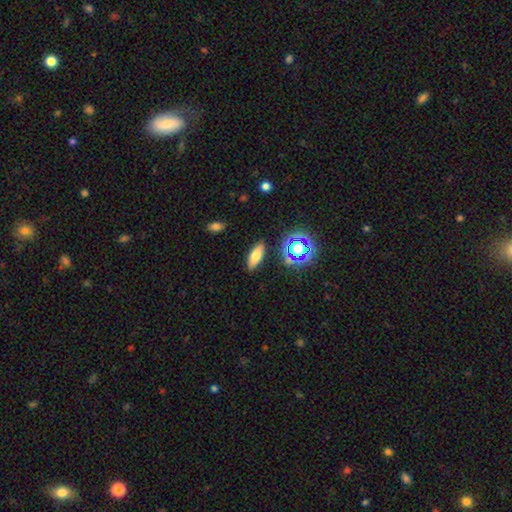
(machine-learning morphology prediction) This appears to be a smooth galaxy with no disk features (70%) that is in between round and cigar-shaped (67%). Merging: none (87%).